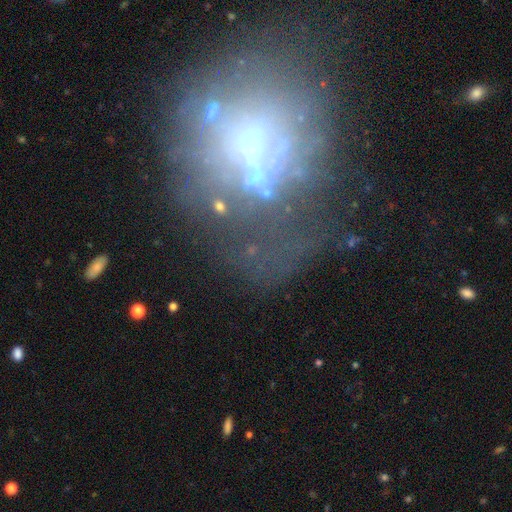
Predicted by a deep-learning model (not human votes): Morphology: type=featured or disk (49%); merging=none (47%).